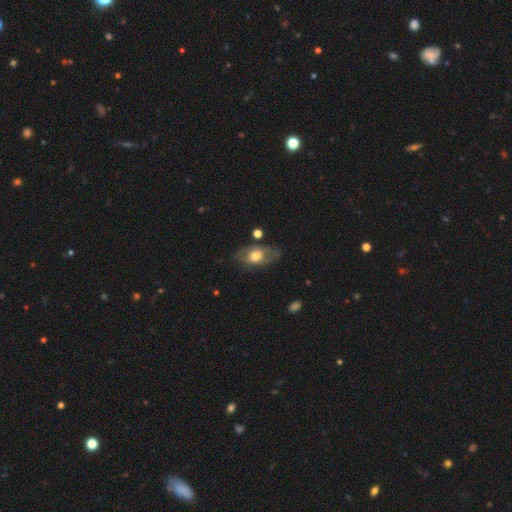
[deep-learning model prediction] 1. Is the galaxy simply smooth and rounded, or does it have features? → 47% featured or disk, 46% smooth, 7% star or artifact.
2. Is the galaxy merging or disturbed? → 67% none, 20% minor disturbance, 9% major disturbance, 3% merger.